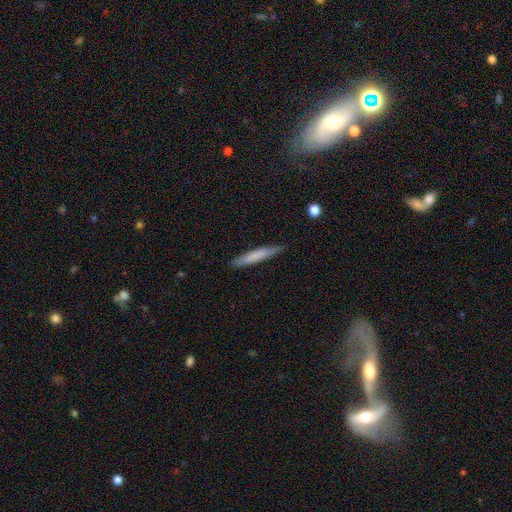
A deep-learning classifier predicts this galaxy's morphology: Smooth or featured? Predicted: smooth (p=0.69). How rounded? Predicted: cigar-shaped (p=0.94). Merging? Predicted: none (p=0.85).